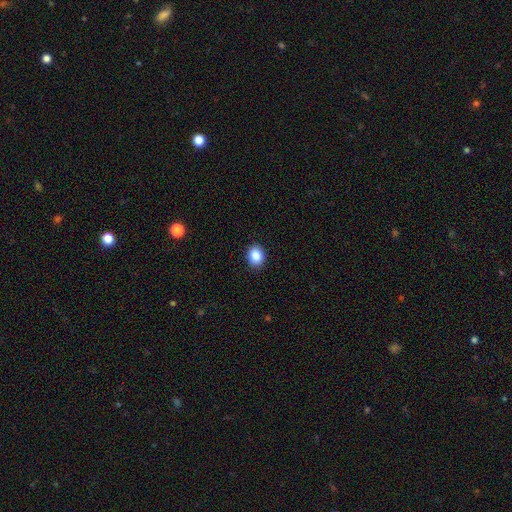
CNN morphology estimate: smooth-or-featured: smooth: 86% | star or artifact: 9% | featured or disk: 5%
  how-rounded: round: 55% | in between: 45% | cigar-shaped: 1%
  merging: none: 91% | minor disturbance: 6% | major disturbance: 2% | merger: 1%